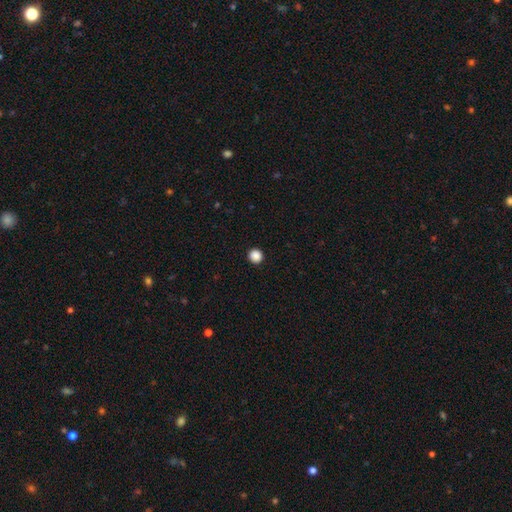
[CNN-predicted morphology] type=smooth (88%); roundness=round (93%); merging=none (94%).